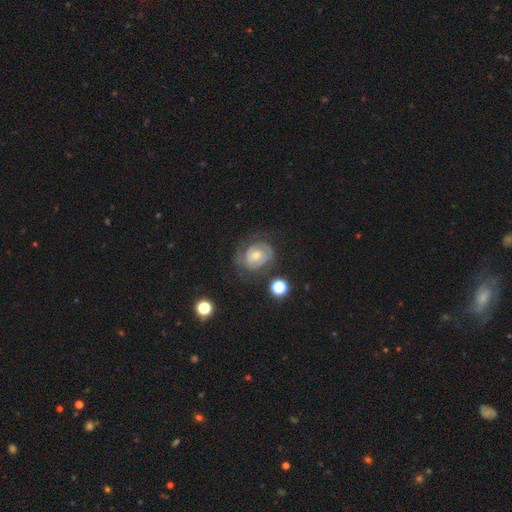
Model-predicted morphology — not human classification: Smooth or featured?
  - featured or disk: 71% *
  - smooth: 21%
  - star or artifact: 8%
Edge-on disk?
  - no: 97% *
  - yes: 3%
Bar?
  - no: 59% *
  - weak: 33%
  - strong: 8%
Spiral arms?
  - yes: 80% *
  - no: 20%
Spiral winding?
  - tight: 60% *
  - medium: 29%
  - loose: 10%
Spiral arm count?
  - 2: 46% *
  - can't tell: 34%
  - 1: 9%
  - 3: 7%
  - 4: 2%
  - more than 4: 2%
Bulge size?
  - moderate: 51% *
  - small: 42%
  - large: 4%
  - none: 2%
  - dominant: 1%
Merging?
  - none: 59% *
  - minor disturbance: 22%
  - major disturbance: 16%
  - merger: 3%